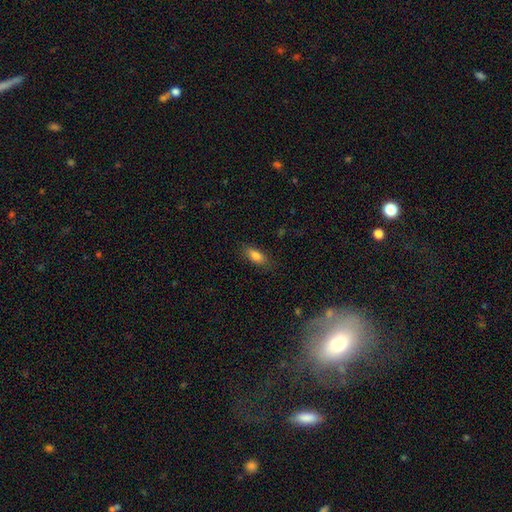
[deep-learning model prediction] Smooth or featured?
  - smooth: 82% *
  - featured or disk: 10%
  - star or artifact: 8%
How rounded?
  - in between: 81% *
  - cigar-shaped: 16%
  - round: 3%
Merging?
  - none: 84% *
  - minor disturbance: 12%
  - major disturbance: 3%
  - merger: 1%